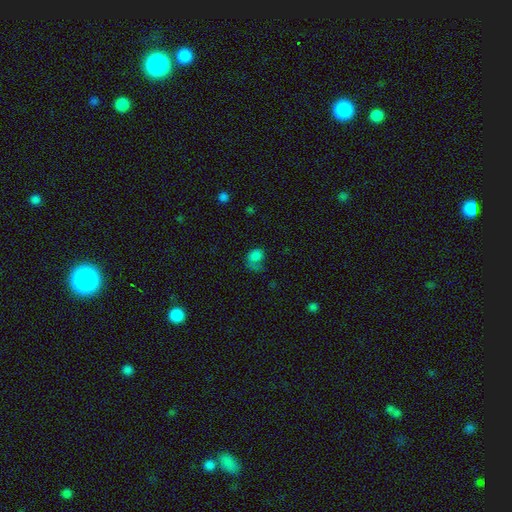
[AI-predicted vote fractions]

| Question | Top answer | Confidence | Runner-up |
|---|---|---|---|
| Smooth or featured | smooth | 71% | featured or disk (15%) |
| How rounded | in between | 52% | round (46%) |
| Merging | major disturbance | 43% | none (30%) |